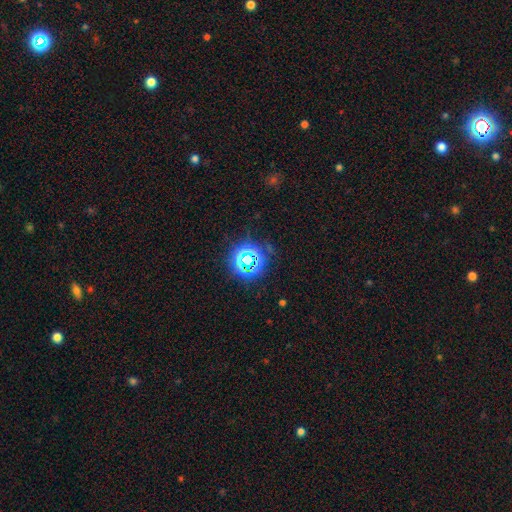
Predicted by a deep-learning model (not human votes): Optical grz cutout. It shows a smooth galaxy with no disk features (49%). Merging: none (89%).